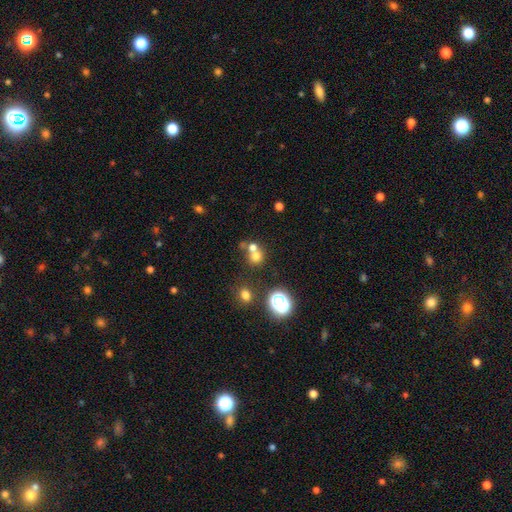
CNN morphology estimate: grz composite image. It shows a smooth galaxy with no disk features (66%) that is round (84%). Merging: none (47%).